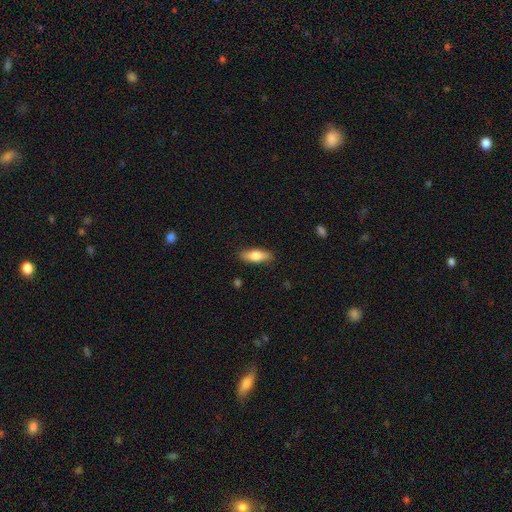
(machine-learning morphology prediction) This appears to be a smooth galaxy with no disk features (71%) that is in between round and cigar-shaped (59%). Merging: none (86%).